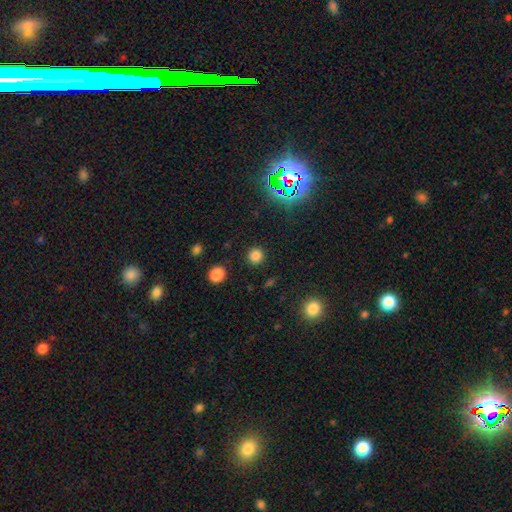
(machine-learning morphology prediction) The model was most divided on "smooth or featured": smooth: 79%, star or artifact: 16%, featured or disk: 4%. More confident: how rounded — round (93%); merging — none (90%).